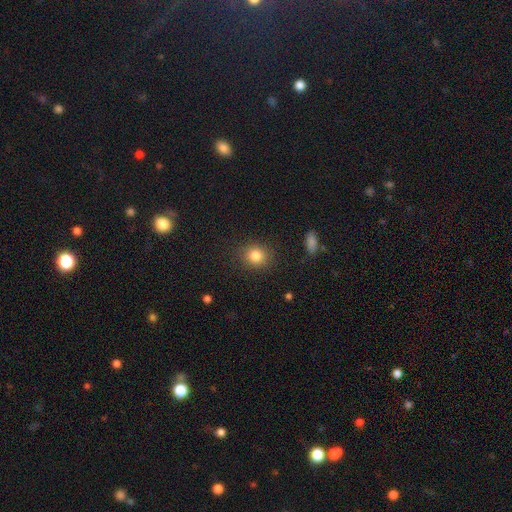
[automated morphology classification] smooth 83%, star or artifact 11%, featured or disk 6%. Down the decision tree: how rounded — round (76%); merging — none (87%).